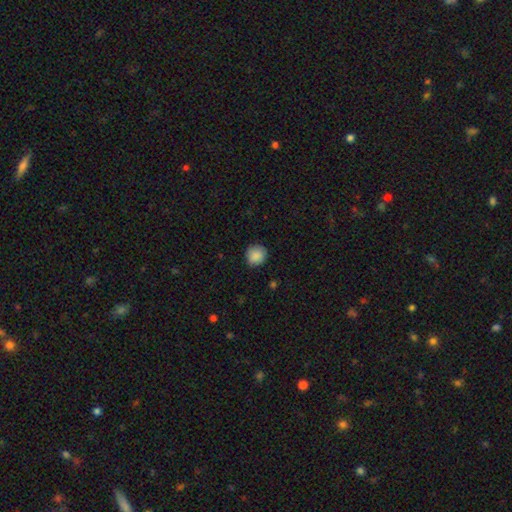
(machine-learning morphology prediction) The model was most divided on "merging": none: 87%, minor disturbance: 10%, major disturbance: 2%, merger: 1%. More confident: how rounded — round (90%); smooth or featured — smooth (88%).